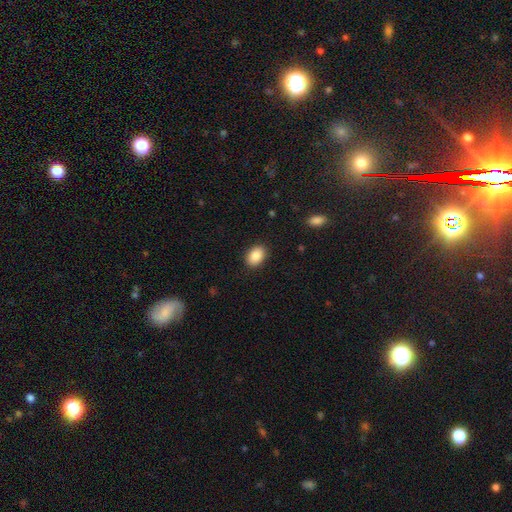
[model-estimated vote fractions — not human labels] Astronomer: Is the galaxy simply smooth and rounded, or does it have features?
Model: smooth — 88%.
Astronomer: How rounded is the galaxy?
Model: in between — 79%.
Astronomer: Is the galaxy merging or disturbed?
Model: none — 89%.